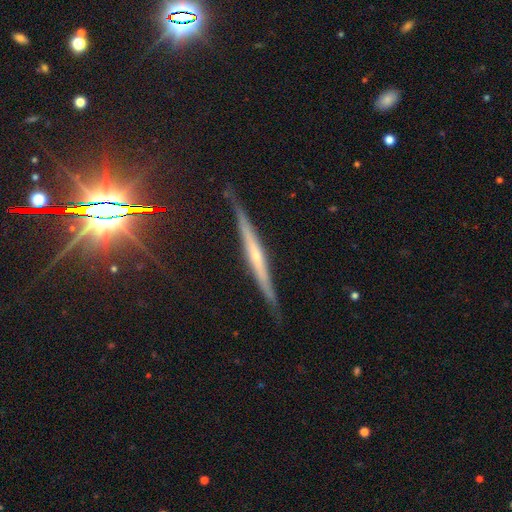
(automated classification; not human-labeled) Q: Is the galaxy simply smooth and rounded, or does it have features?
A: featured or disk — 73%.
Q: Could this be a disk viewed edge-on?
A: yes — 96%.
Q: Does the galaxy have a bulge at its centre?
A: rounded — 54%.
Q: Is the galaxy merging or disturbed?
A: none — 84%.